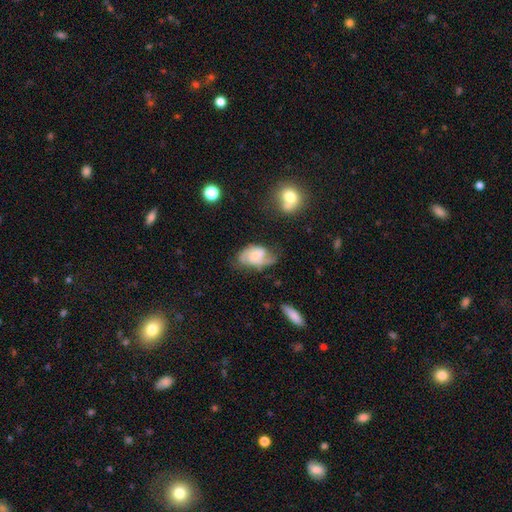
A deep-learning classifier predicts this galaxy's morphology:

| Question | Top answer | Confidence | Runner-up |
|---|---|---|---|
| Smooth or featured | featured or disk | 74% | smooth (19%) |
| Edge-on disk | no | 97% | yes (3%) |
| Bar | no | 58% | weak (36%) |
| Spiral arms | yes | 93% | no (7%) |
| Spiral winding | medium | 47% | tight (36%) |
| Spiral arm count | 2 | 73% | can't tell (12%) |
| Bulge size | small | 45% | moderate (36%) |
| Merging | none | 53% | minor disturbance (28%) |